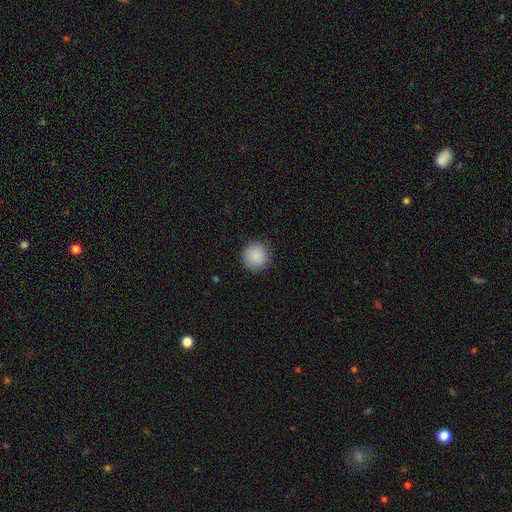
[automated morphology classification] smooth_or_featured: smooth (p=0.89) [alt: star or artifact p=0.07]
how_rounded: round (p=0.95) [alt: in between p=0.04]
merging: none (p=0.89) [alt: minor disturbance p=0.08]